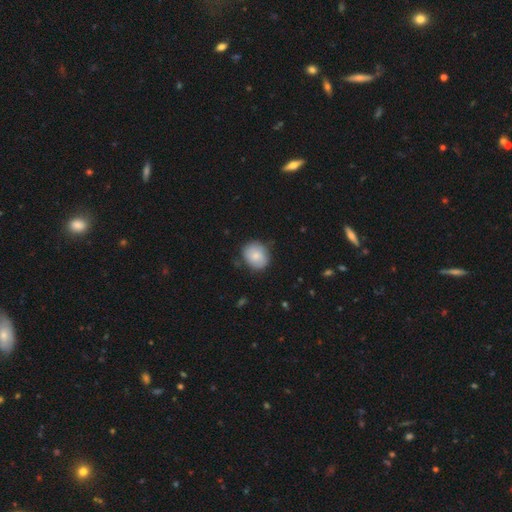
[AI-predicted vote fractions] This is likely a smooth galaxy (78%). How rounded: likely round (67%). Merging: likely none (76%).